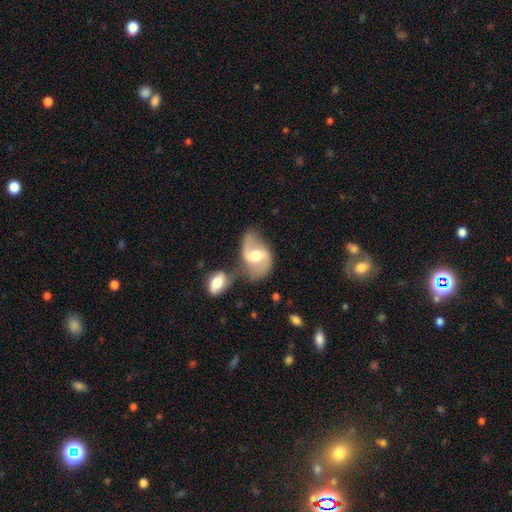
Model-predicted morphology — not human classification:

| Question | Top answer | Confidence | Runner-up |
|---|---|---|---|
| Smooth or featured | featured or disk | 76% | smooth (18%) |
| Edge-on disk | no | 96% | yes (4%) |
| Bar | weak | 49% | no (31%) |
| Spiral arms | yes | 89% | no (11%) |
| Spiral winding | loose | 57% | medium (34%) |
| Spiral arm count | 2 | 89% | can't tell (5%) |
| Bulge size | moderate | 72% | small (13%) |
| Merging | none | 46% | merger (30%) |